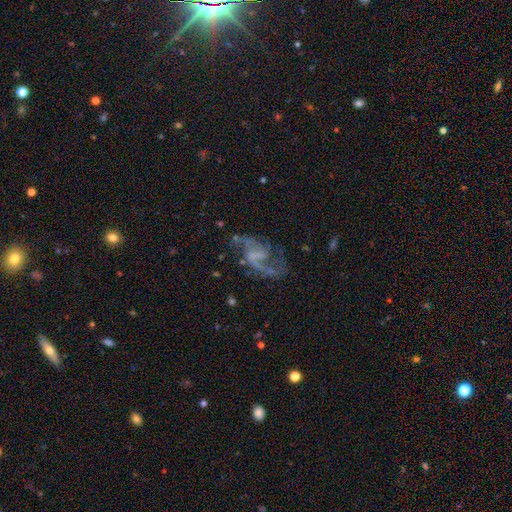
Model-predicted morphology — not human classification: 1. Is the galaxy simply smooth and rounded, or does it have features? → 86% featured or disk, 8% star or artifact, 6% smooth.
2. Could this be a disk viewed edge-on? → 98% no, 2% yes.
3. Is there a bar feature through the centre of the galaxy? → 45% weak, 31% no, 24% strong.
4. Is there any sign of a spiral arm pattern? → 95% yes, 5% no.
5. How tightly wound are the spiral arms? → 54% loose, 39% medium, 8% tight.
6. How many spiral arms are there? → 87% 2, 4% can't tell, 3% 1, 3% 3, 1% 4, 1% more than 4.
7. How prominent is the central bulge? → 66% none, 21% small, 10% moderate, 3% large, 1% dominant.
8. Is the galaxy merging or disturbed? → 62% none, 18% major disturbance, 17% minor disturbance, 3% merger.